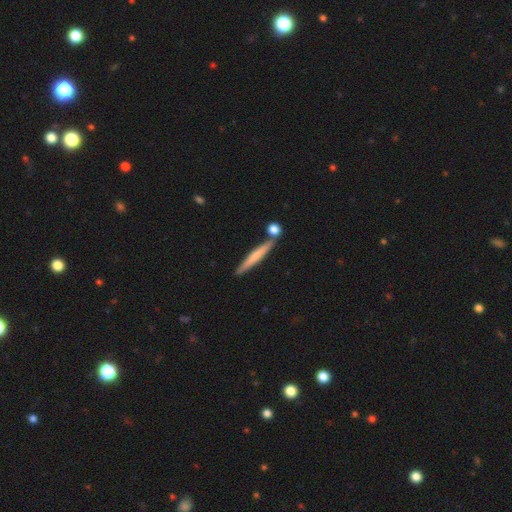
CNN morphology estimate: Q: Smooth or featured?
A: smooth (53%); runner-up: featured or disk (41%)
Q: How rounded?
A: cigar-shaped (95%); runner-up: in between (4%)
Q: Merging?
A: none (77%); runner-up: merger (11%)